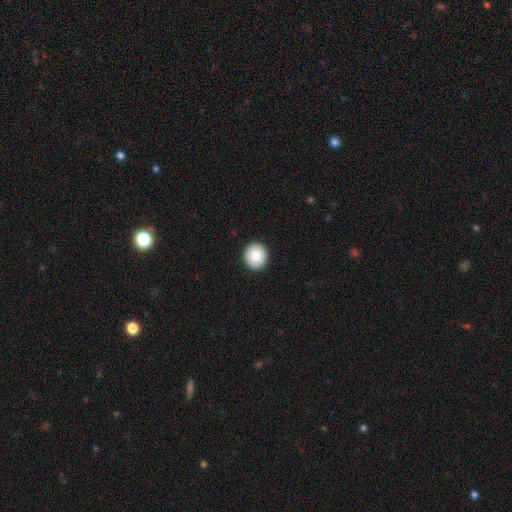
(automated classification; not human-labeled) This is clearly a smooth galaxy (86%). How rounded: clearly round (94%). Merging: clearly none (94%).